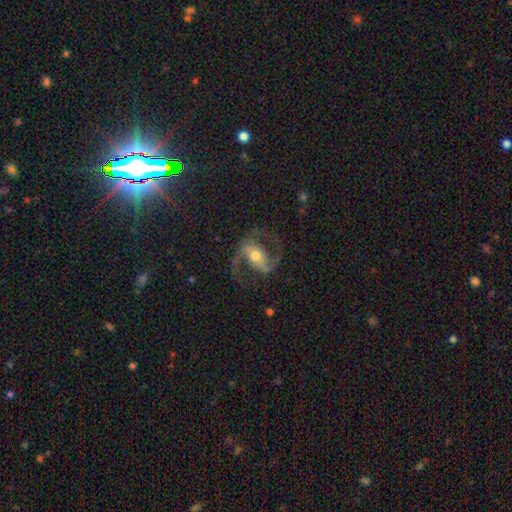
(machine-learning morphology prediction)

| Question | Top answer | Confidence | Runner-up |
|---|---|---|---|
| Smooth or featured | featured or disk | 88% | smooth (7%) |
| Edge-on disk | no | 97% | yes (3%) |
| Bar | strong | 41% | weak (36%) |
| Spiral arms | yes | 95% | no (5%) |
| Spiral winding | medium | 56% | loose (34%) |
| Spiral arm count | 2 | 93% | can't tell (2%) |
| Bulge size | moderate | 66% | small (25%) |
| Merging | none | 73% | minor disturbance (13%) |